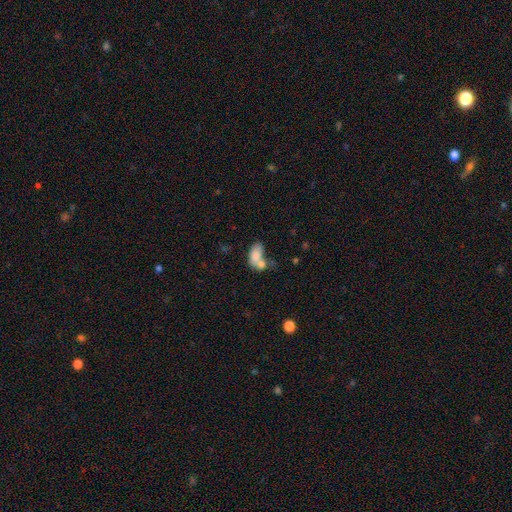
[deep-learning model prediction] Smooth or featured? Predicted: smooth (p=0.76). How rounded? Predicted: in between (p=0.88). Merging? Predicted: merger (p=0.61).